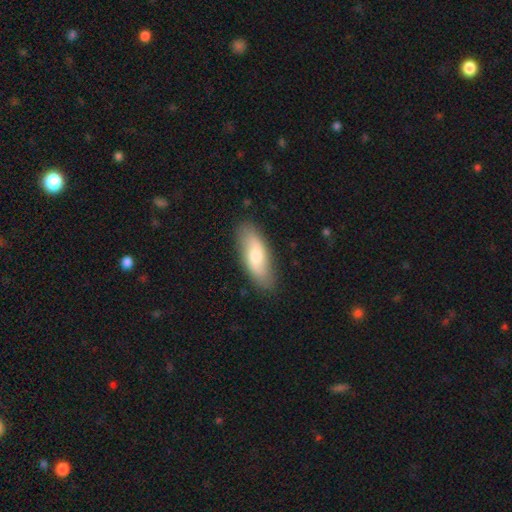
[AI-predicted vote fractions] Smooth or featured? smooth (59%)
How rounded? in between (72%)
Merging? none (85%)